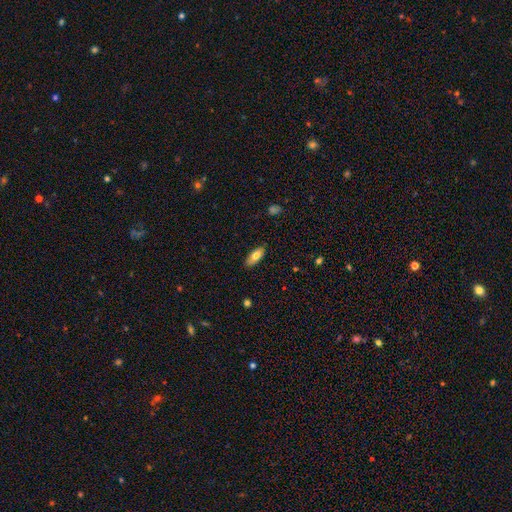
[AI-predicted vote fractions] A smooth galaxy with no disk features (75%) that is in between round and cigar-shaped (81%).

Vote fractions:
- Smooth or featured? smooth: 75% / featured or disk: 19% / star or artifact: 7%
- How rounded? in between: 81% / cigar-shaped: 17% / round: 2%
- Merging? none: 85% / minor disturbance: 12% / major disturbance: 2% / merger: 1%